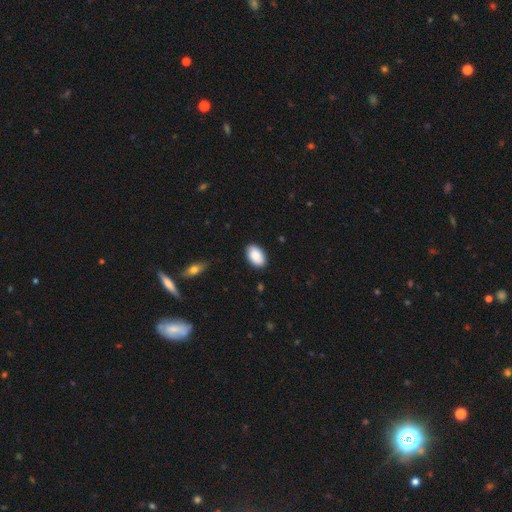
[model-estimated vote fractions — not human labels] Q: Smooth or featured?
A: smooth (87%); runner-up: featured or disk (7%)
Q: How rounded?
A: in between (93%); runner-up: round (6%)
Q: Merging?
A: none (86%); runner-up: minor disturbance (11%)